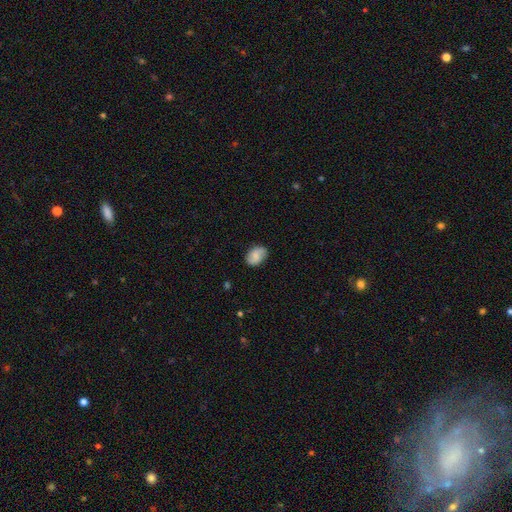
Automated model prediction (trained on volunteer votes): A smooth galaxy with no disk features (62%) that is in between round and cigar-shaped (75%).

Vote fractions:
- Smooth or featured? smooth: 62% / featured or disk: 30% / star or artifact: 9%
- How rounded? in between: 75% / round: 24% / cigar-shaped: 1%
- Merging? none: 80% / minor disturbance: 15% / major disturbance: 3% / merger: 1%